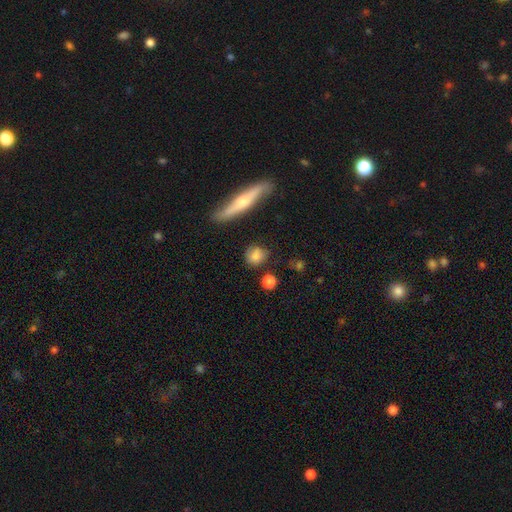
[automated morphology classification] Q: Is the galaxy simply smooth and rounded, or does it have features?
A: smooth — 77%.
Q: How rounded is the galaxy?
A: round — 72%.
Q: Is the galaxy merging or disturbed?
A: none — 77%.